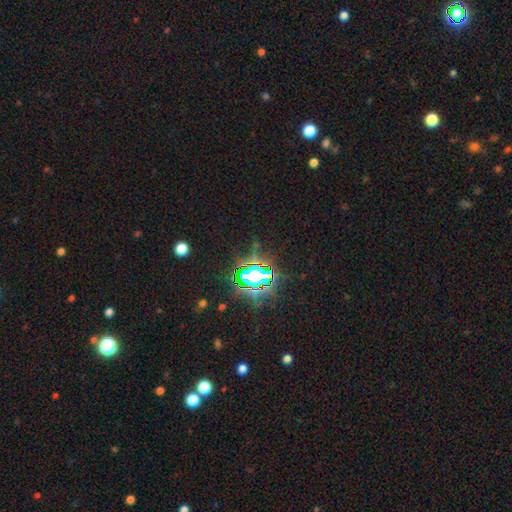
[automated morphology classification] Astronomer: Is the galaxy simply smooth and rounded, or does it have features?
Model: star or artifact — 78%.